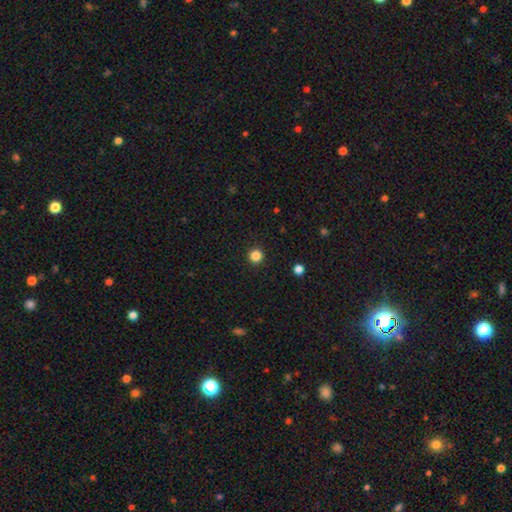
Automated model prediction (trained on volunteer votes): A smooth galaxy with no disk features (84%) that is round (96%).

Vote fractions:
- Smooth or featured? smooth: 84% / star or artifact: 12% / featured or disk: 3%
- How rounded? round: 96% / in between: 3% / cigar-shaped: 1%
- Merging? none: 93% / minor disturbance: 4% / major disturbance: 2% / merger: 1%